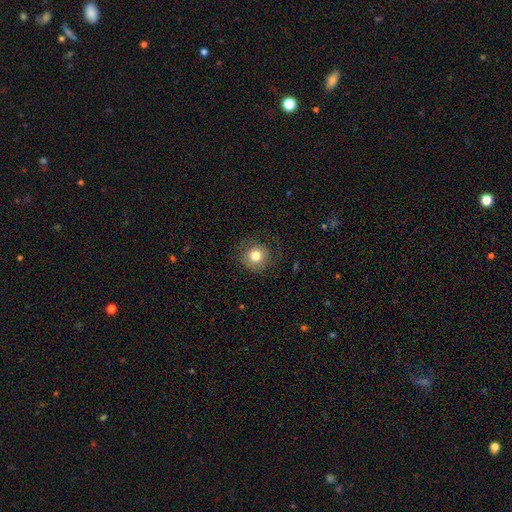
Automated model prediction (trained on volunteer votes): Smooth or featured?
  - smooth: 77% *
  - featured or disk: 13%
  - star or artifact: 10%
How rounded?
  - round: 91% *
  - in between: 8%
  - cigar-shaped: 1%
Merging?
  - none: 77% *
  - minor disturbance: 14%
  - major disturbance: 8%
  - merger: 1%